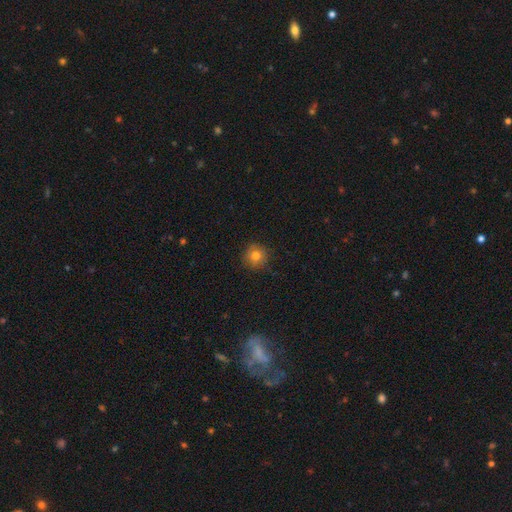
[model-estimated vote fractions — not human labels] Morphology: type=smooth (78%); roundness=round (94%); merging=none (87%).